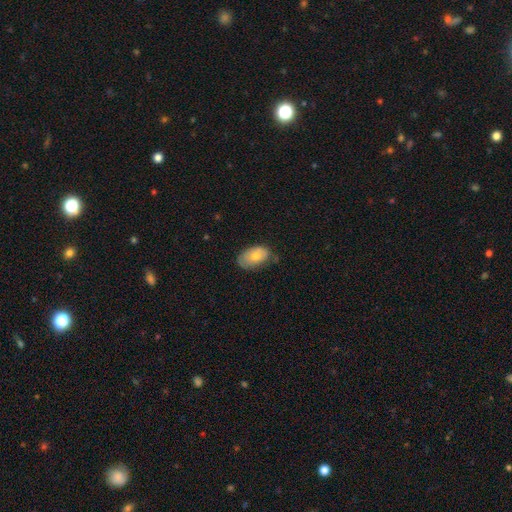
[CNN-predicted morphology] Smooth or featured? smooth (70%)
How rounded? in between (92%)
Merging? none (62%)